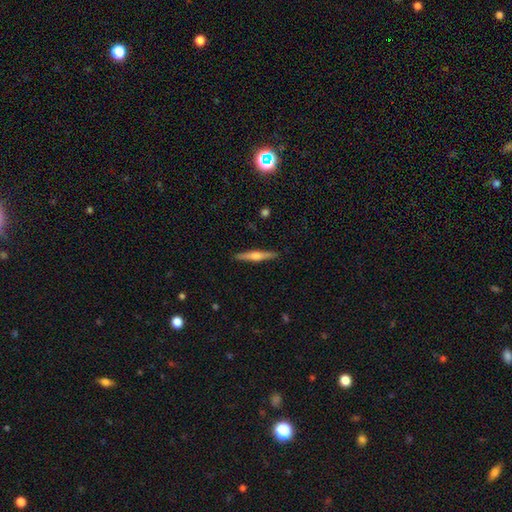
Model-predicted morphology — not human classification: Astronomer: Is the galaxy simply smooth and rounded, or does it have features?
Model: featured or disk — 57% (runner-up: smooth, 37%).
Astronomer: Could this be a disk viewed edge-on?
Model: yes — 97%.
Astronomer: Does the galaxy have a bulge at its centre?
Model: rounded — 81%.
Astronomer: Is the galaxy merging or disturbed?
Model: none — 91%.